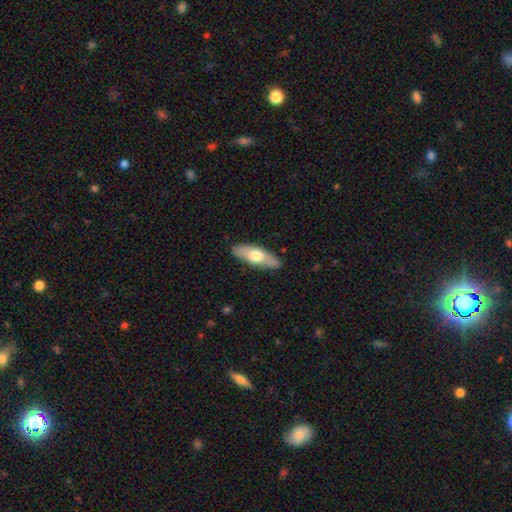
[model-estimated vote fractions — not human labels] This appears to be a smooth galaxy with no disk features (61%) that is in between round and cigar-shaped (61%). Merging: none (87%).